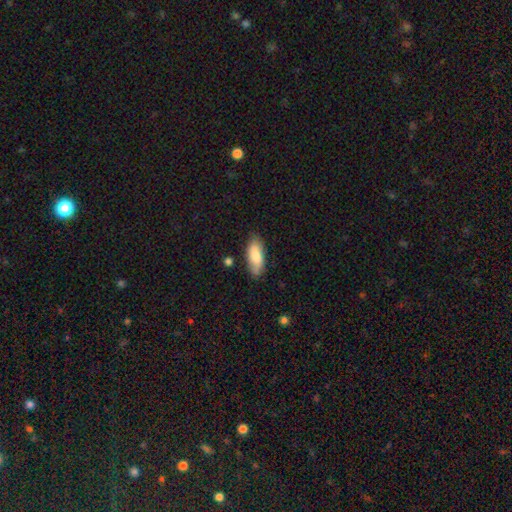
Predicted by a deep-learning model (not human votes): Morphology: type=smooth (82%); roundness=in between (79%); merging=none (79%).